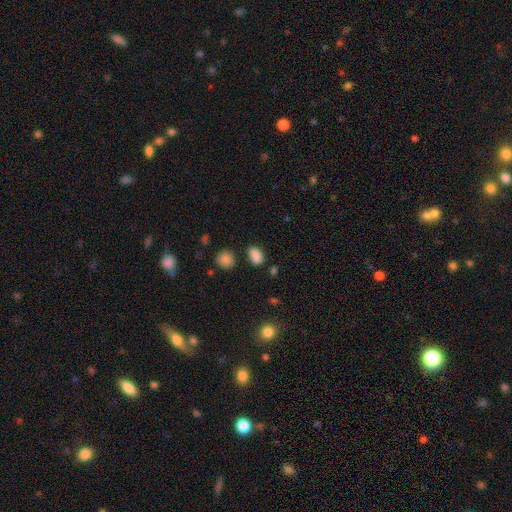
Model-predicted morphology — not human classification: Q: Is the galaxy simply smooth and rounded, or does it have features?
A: smooth — 82%.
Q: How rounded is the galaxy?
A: in between — 79%.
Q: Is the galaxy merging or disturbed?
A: none — 63%.